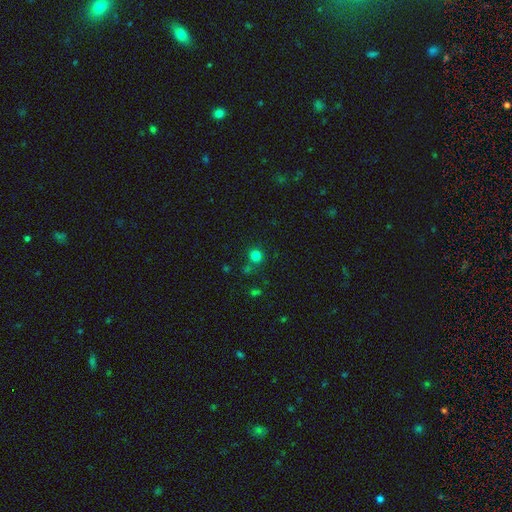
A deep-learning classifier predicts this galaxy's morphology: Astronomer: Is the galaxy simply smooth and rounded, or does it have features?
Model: smooth — 78%.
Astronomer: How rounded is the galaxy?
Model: round — 91%.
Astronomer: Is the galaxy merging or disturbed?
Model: none — 76%.